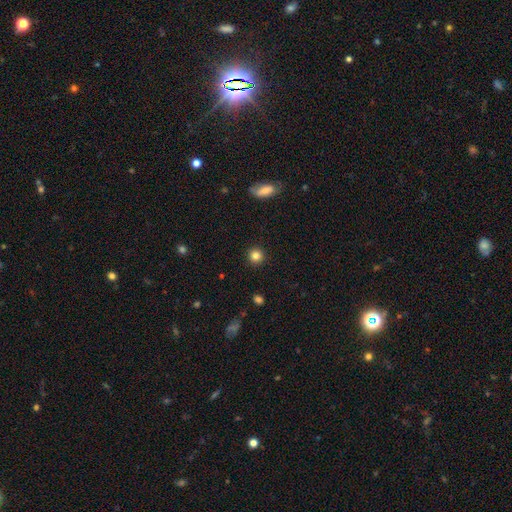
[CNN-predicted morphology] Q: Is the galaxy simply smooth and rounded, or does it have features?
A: smooth — 84%.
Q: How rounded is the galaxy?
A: round — 94%.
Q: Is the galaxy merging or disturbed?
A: none — 92%.